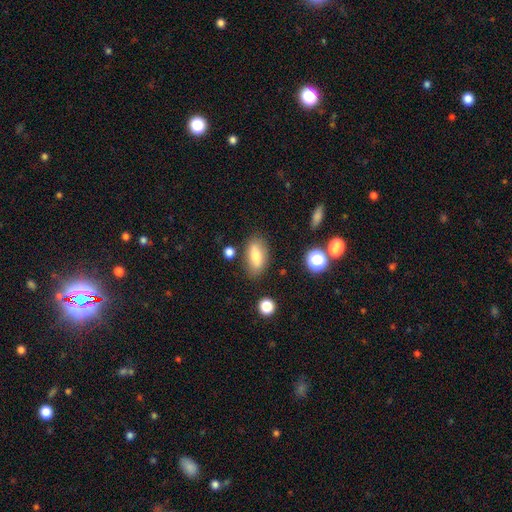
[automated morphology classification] A smooth galaxy with no disk features (72%) that is in between round and cigar-shaped (82%).

Vote fractions:
- Smooth or featured? smooth: 72% / featured or disk: 19% / star or artifact: 9%
- How rounded? in between: 82% / cigar-shaped: 13% / round: 5%
- Merging? none: 79% / minor disturbance: 14% / major disturbance: 4% / merger: 3%